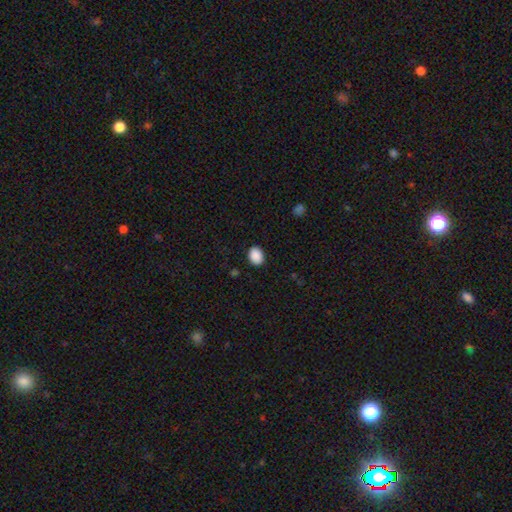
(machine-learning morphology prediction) Overall: smooth (90%). How rounded: in between (66%; round 34%). Merging: none (89%).